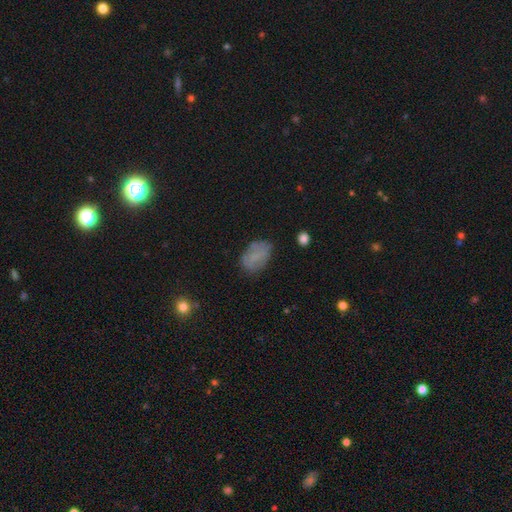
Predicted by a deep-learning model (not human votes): Smooth or featured? smooth (67%)
How rounded? in between (89%)
Merging? none (69%)